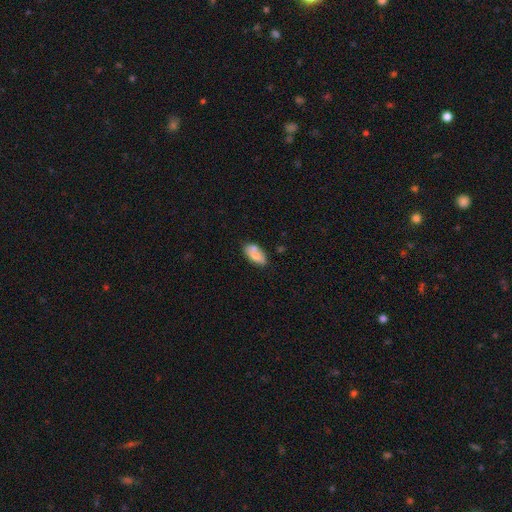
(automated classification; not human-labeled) smooth_or_featured: smooth (p=0.70) [alt: featured or disk p=0.23]
how_rounded: in between (p=0.89) [alt: cigar-shaped p=0.08]
merging: none (p=0.55) [alt: merger p=0.24]